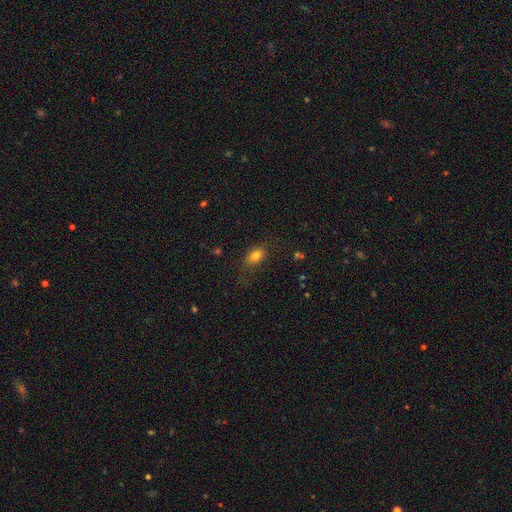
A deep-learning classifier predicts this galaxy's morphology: Smooth or featured: smooth — 79% (star or artifact — 11%)
How rounded: in between — 81% (round — 16%)
Merging: none — 69% (minor disturbance — 20%)